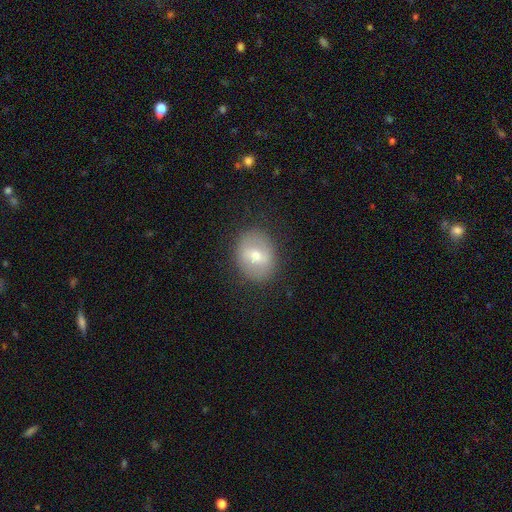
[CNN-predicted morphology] Smooth or featured?
  - smooth: 54% *
  - featured or disk: 37%
  - star or artifact: 9%
How rounded?
  - round: 60% *
  - in between: 39%
  - cigar-shaped: 1%
Merging?
  - none: 85% *
  - minor disturbance: 10%
  - major disturbance: 4%
  - merger: 1%